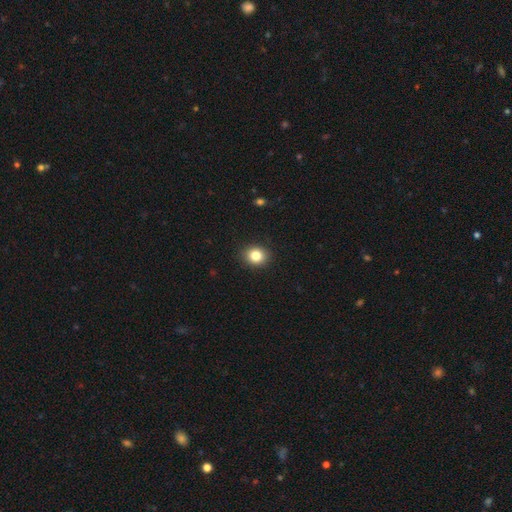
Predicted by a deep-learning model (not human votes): Smooth or featured? Predicted: smooth (p=0.84). How rounded? Predicted: round (p=0.70). Merging? Predicted: none (p=0.90).